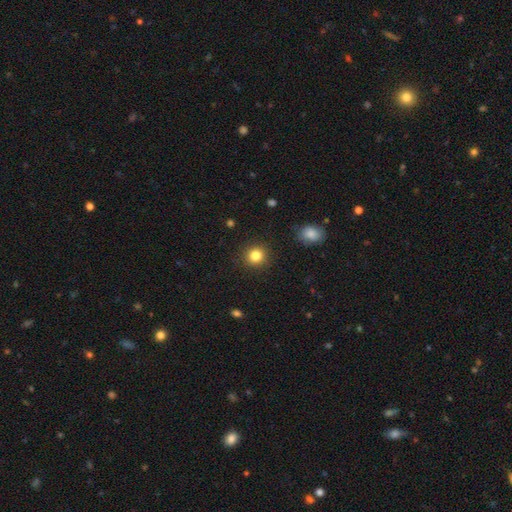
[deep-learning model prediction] This appears to be a smooth galaxy with no disk features (84%) that is round (90%). Merging: none (91%).